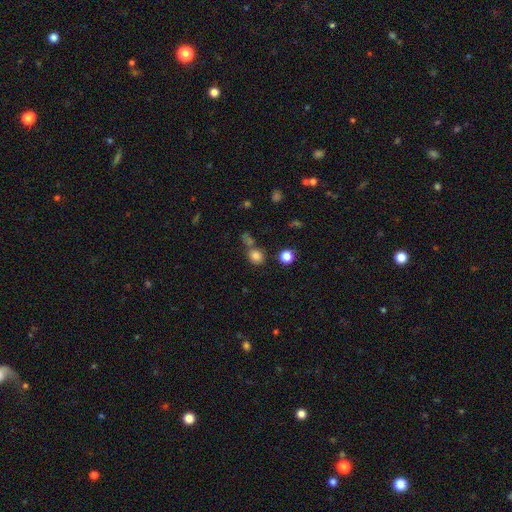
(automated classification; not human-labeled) This is likely a smooth galaxy (79%). How rounded: likely round (79%). Merging: likely none (67%).